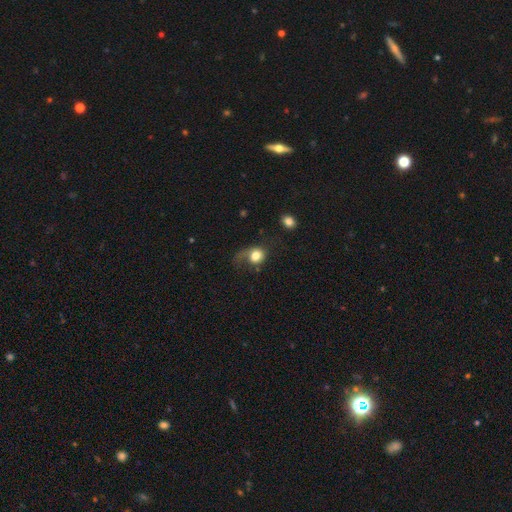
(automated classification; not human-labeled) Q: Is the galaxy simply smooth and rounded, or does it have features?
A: smooth — 72%.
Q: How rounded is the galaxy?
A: round — 68%.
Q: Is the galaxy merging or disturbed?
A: major disturbance — 42%.